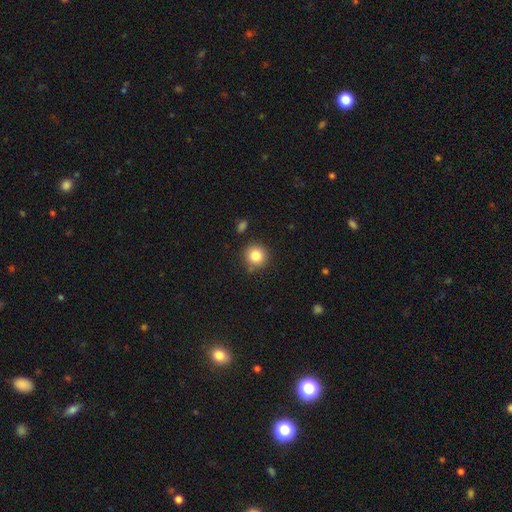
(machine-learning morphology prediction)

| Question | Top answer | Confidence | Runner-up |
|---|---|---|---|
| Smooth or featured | smooth | 83% | star or artifact (11%) |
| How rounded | round | 92% | in between (7%) |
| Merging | none | 83% | minor disturbance (10%) |